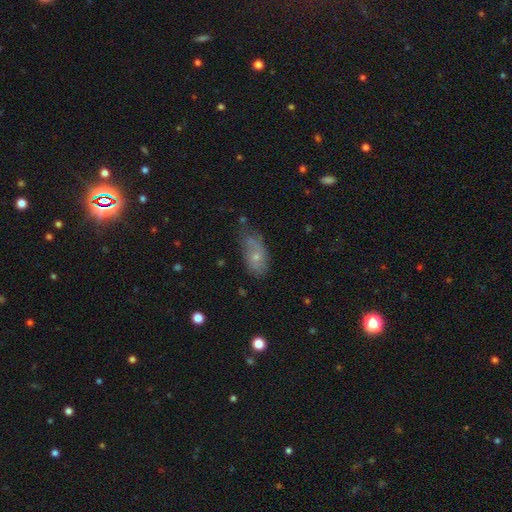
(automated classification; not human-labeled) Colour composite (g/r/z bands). It shows a smooth galaxy with no disk features (58%) that is in between round and cigar-shaped (88%). Merging: none (45%).